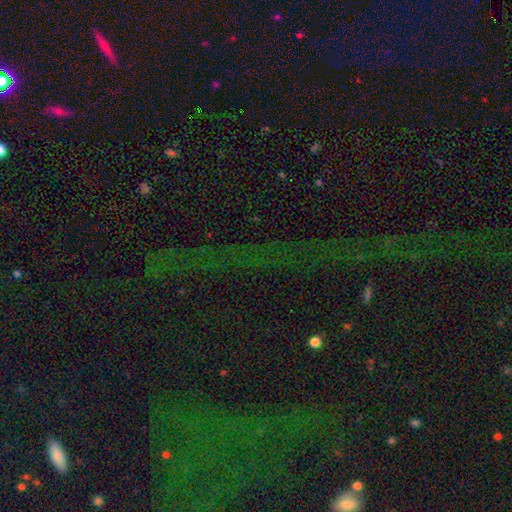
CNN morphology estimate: type=star or artifact (74%).